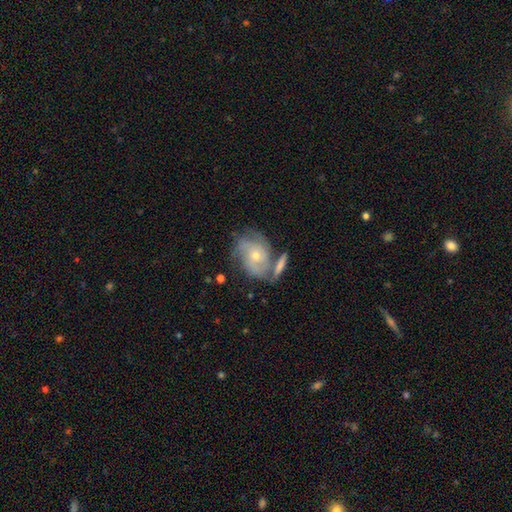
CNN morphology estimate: The model was most divided on "spiral arm count": can't tell: 31%, 3: 27%, 2: 24%, 4: 9%, 1: 5%, more than 4: 4%. Remaining: edge-on disk — no (96%); spiral arms — yes (90%); bar — no (76%); smooth or featured — featured or disk (75%); bulge size — small (53%); merging — none (52%); spiral winding — tight (48%).